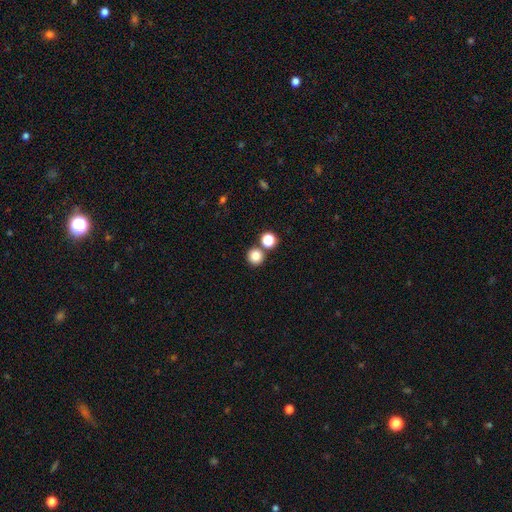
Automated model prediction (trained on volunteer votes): smooth_or_featured: smooth (p=0.81) [alt: star or artifact p=0.13]
how_rounded: round (p=0.94) [alt: in between p=0.05]
merging: none (p=0.77) [alt: merger p=0.14]